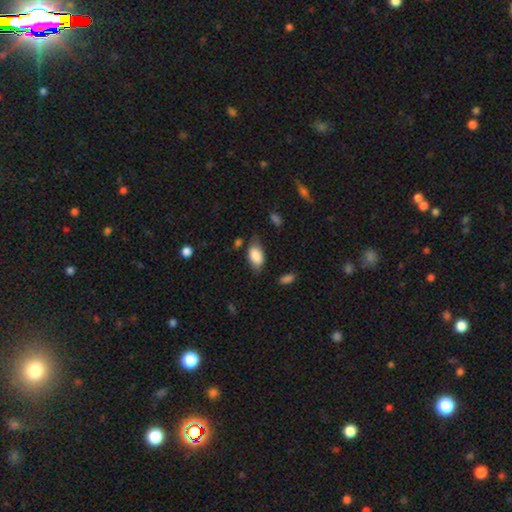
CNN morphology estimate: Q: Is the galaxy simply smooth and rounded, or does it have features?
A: smooth — 83%.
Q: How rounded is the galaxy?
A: in between — 93%.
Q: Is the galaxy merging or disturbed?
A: none — 66%.